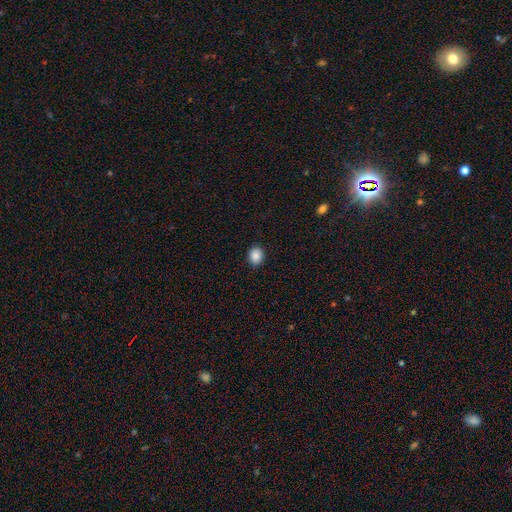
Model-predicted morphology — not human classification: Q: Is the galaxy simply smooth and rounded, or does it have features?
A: smooth — 87%.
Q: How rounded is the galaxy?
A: round — 63%.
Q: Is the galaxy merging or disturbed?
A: none — 91%.